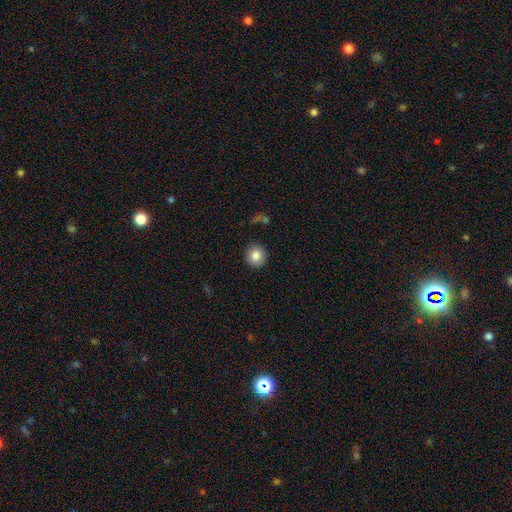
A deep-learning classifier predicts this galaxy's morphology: Smooth or featured? smooth (84%)
How rounded? round (93%)
Merging? none (88%)